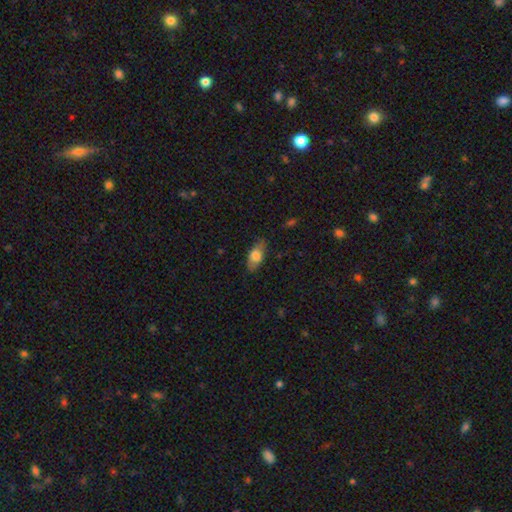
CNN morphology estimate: Smooth or featured: smooth — 73% (featured or disk — 20%)
How rounded: in between — 85% (cigar-shaped — 11%)
Merging: none — 78% (minor disturbance — 17%)